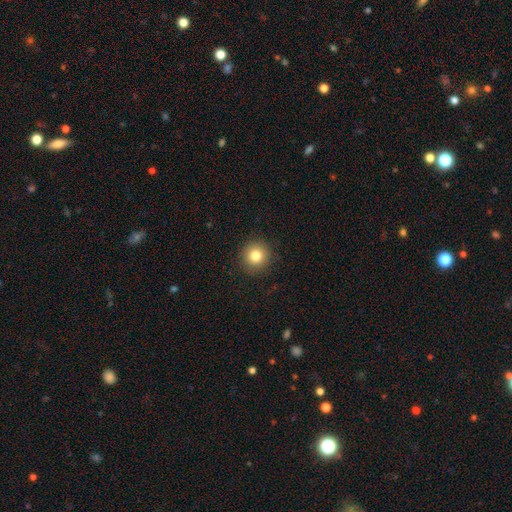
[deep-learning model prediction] A smooth galaxy with no disk features (81%) that is round (94%).

Vote fractions:
- Smooth or featured? smooth: 81% / star or artifact: 11% / featured or disk: 7%
- How rounded? round: 94% / in between: 5% / cigar-shaped: 1%
- Merging? none: 92% / minor disturbance: 6% / major disturbance: 2% / merger: 1%